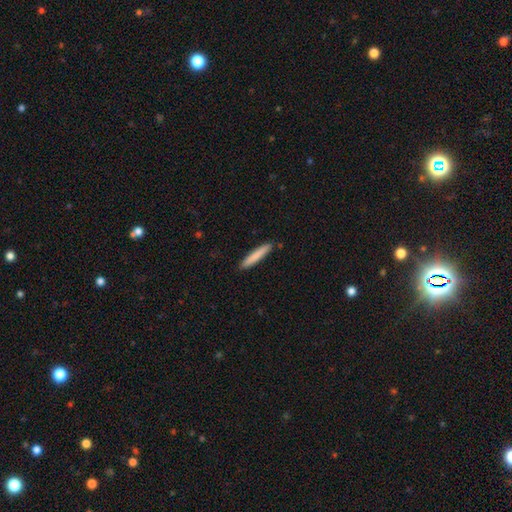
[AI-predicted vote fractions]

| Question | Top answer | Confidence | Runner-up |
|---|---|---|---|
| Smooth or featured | smooth | 82% | featured or disk (13%) |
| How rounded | cigar-shaped | 93% | in between (6%) |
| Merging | none | 90% | minor disturbance (8%) |